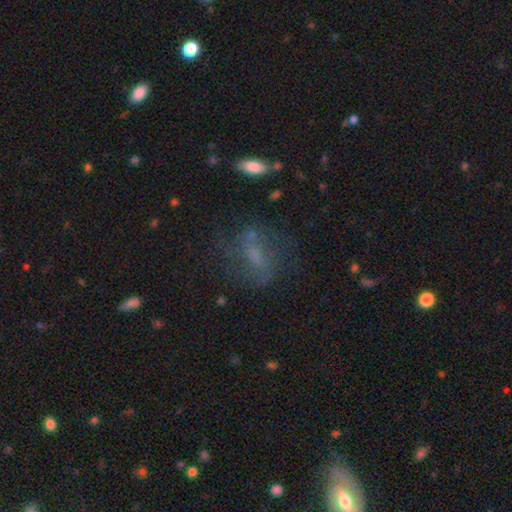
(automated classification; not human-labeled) Q: Smooth or featured?
A: featured or disk (43%); runner-up: smooth (37%)
Q: Merging?
A: none (58%); runner-up: minor disturbance (20%)